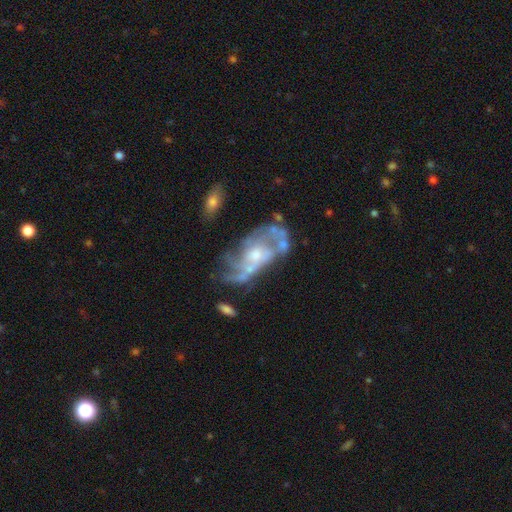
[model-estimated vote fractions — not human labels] Morphology: type=featured or disk (81%); edge-on=no (95%); bar=no (68%); spiral arms=yes (76%); winding=medium (41%); arm count=can't tell (37%); bulge=small (49%); merging=none (40%).